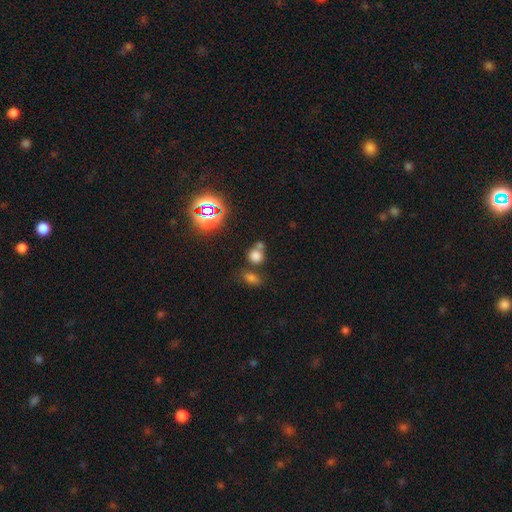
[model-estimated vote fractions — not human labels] A smooth galaxy with no disk features (69%) that is round (74%).

Vote fractions:
- Smooth or featured? smooth: 69% / star or artifact: 23% / featured or disk: 8%
- How rounded? round: 74% / in between: 24% / cigar-shaped: 2%
- Merging? none: 49% / merger: 35% / minor disturbance: 10% / major disturbance: 5%